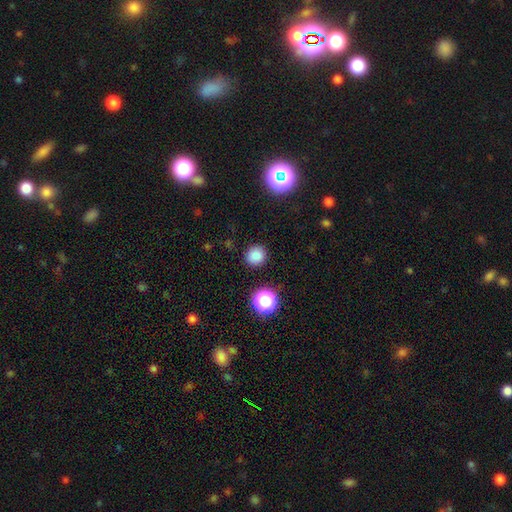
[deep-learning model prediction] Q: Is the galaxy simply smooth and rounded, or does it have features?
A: smooth — 82%.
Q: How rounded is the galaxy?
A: round — 91%.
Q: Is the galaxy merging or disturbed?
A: none — 89%.